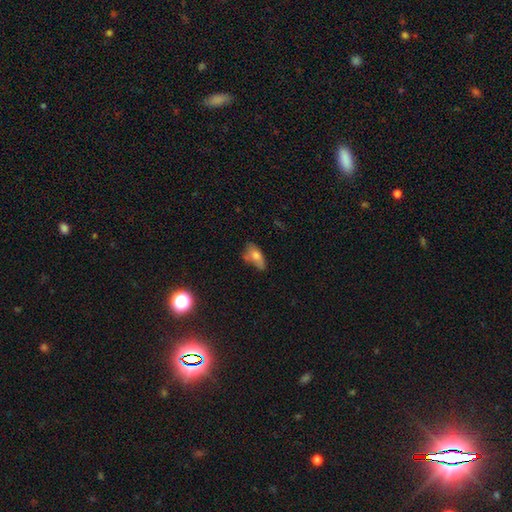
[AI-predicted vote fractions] Smooth or featured: smooth — 70% (featured or disk — 21%)
How rounded: in between — 85% (cigar-shaped — 9%)
Merging: none — 40% (minor disturbance — 34%)